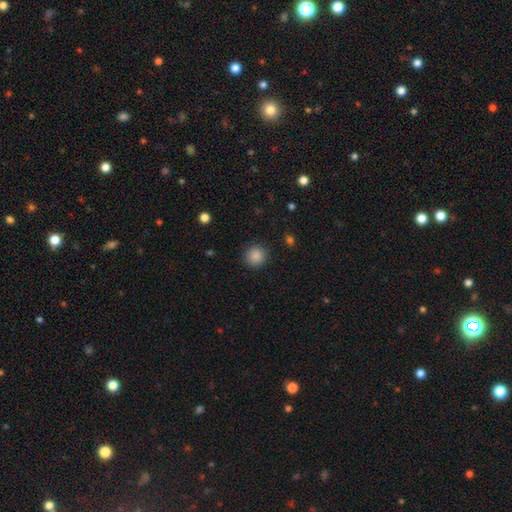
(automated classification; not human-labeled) smooth-or-featured: smooth: 87% | star or artifact: 9% | featured or disk: 4%
  how-rounded: round: 93% | in between: 6% | cigar-shaped: 1%
  merging: none: 91% | minor disturbance: 6% | major disturbance: 2% | merger: 1%